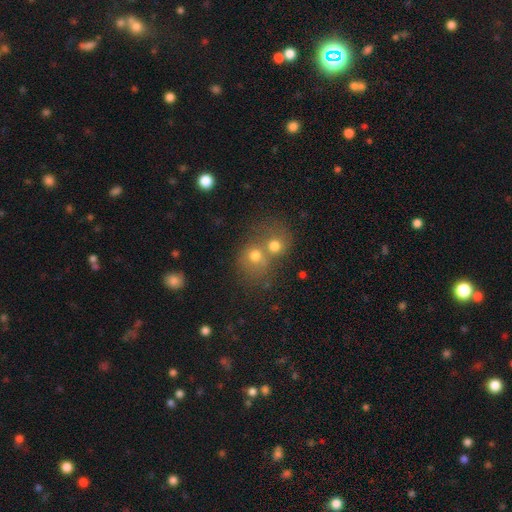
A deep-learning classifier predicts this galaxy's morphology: Smooth or featured: smooth — 68% (featured or disk — 17%)
How rounded: round — 73% (in between — 25%)
Merging: merger — 60% (none — 29%)